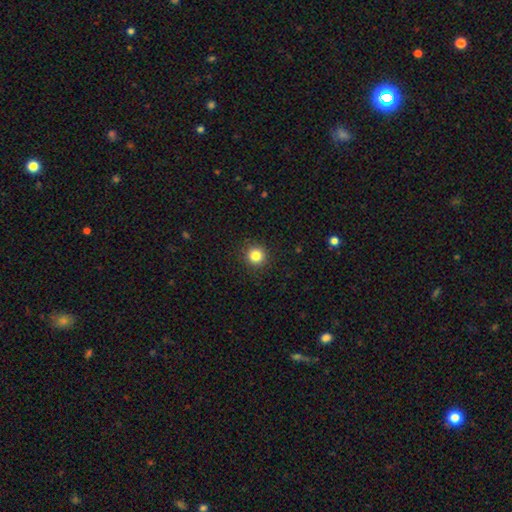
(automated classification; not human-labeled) Smooth or featured?
  - smooth: 83% *
  - star or artifact: 11%
  - featured or disk: 5%
How rounded?
  - round: 95% *
  - in between: 4%
  - cigar-shaped: 1%
Merging?
  - none: 92% *
  - minor disturbance: 5%
  - major disturbance: 2%
  - merger: 1%